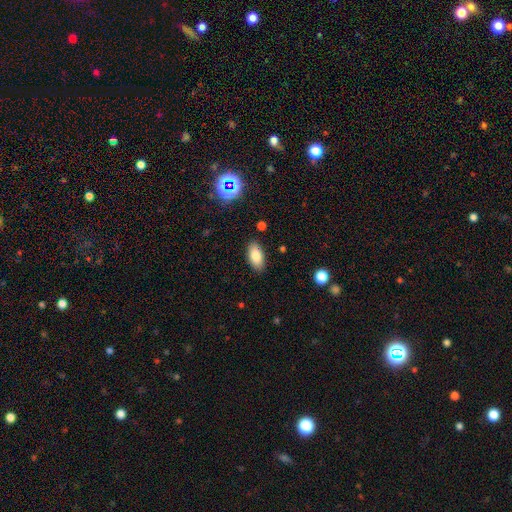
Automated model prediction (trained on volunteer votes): A smooth galaxy with no disk features (81%) that is in between round and cigar-shaped (91%).

Vote fractions:
- Smooth or featured? smooth: 81% / featured or disk: 10% / star or artifact: 9%
- How rounded? in between: 91% / cigar-shaped: 6% / round: 3%
- Merging? none: 87% / minor disturbance: 9% / major disturbance: 2% / merger: 1%